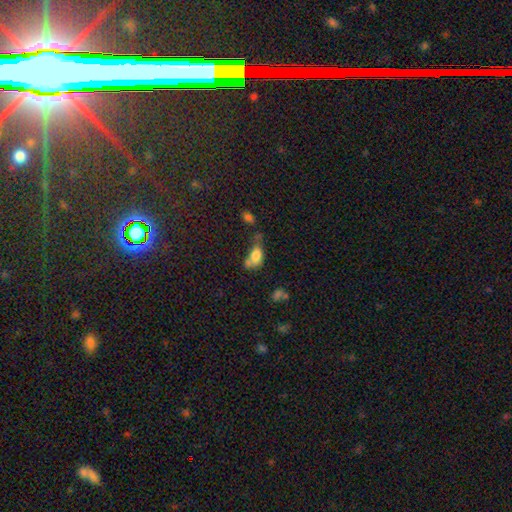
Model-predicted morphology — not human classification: Q: Smooth or featured?
A: smooth (73%); runner-up: featured or disk (16%)
Q: How rounded?
A: in between (82%); runner-up: round (12%)
Q: Merging?
A: merger (31%); runner-up: none (27%)